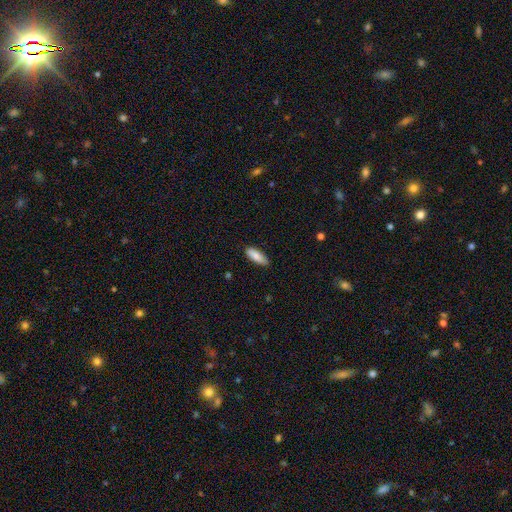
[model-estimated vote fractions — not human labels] smooth_or_featured: smooth (p=0.85) [alt: featured or disk p=0.09]
how_rounded: in between (p=0.65) [alt: cigar-shaped p=0.34]
merging: none (p=0.84) [alt: minor disturbance p=0.13]